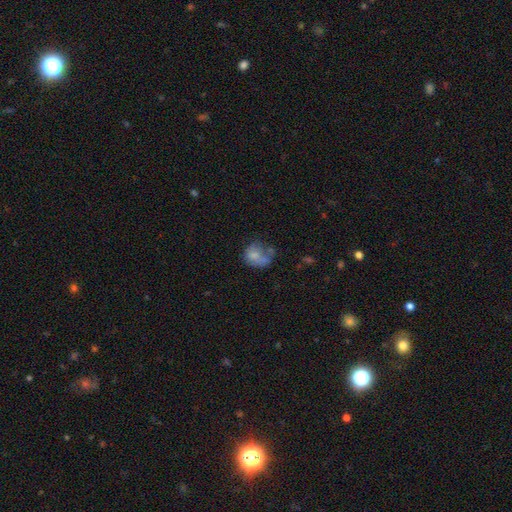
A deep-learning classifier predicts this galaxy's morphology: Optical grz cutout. It shows a smooth galaxy with no disk features (65%) that is round (52%). Merging: none (29%).